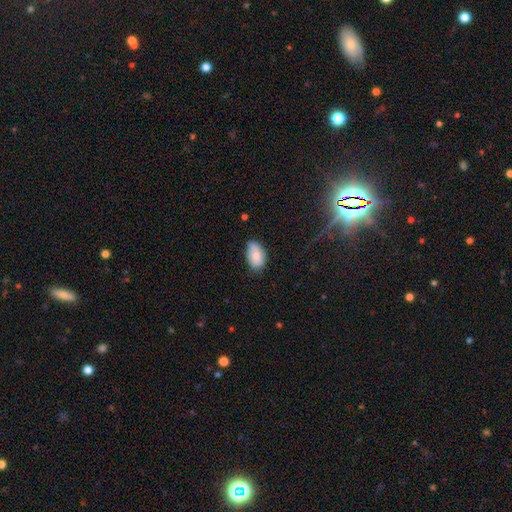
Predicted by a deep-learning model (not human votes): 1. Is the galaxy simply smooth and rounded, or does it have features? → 80% smooth, 13% featured or disk, 7% star or artifact.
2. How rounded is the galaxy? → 92% in between, 6% round, 1% cigar-shaped.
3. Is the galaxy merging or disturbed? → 62% none, 32% minor disturbance, 5% major disturbance, 2% merger.